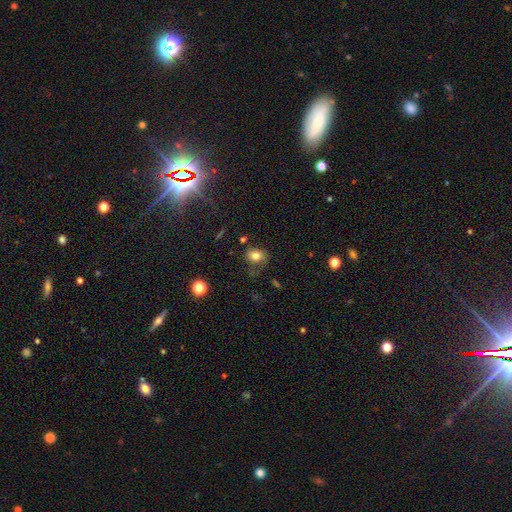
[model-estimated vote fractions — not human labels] Morphology: type=smooth (75%); roundness=round (55%); merging=none (60%).